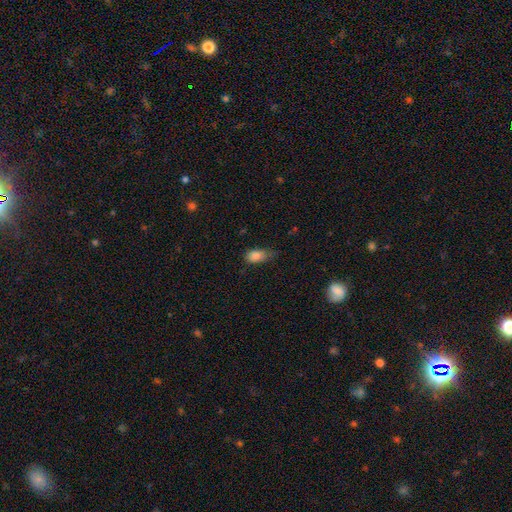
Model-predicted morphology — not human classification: Smooth or featured: smooth — 83% (star or artifact — 9%)
How rounded: in between — 85% (round — 9%)
Merging: minor disturbance — 44% (none — 37%)